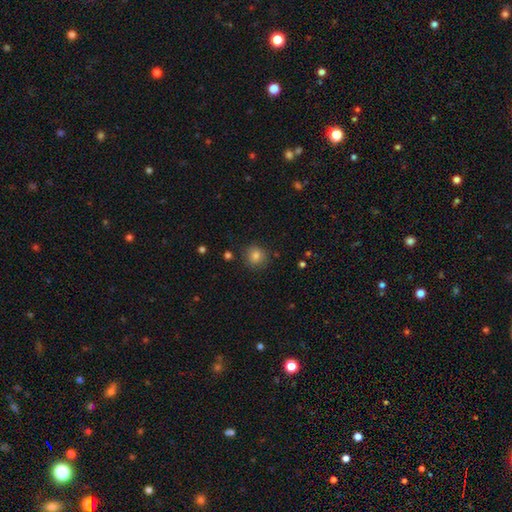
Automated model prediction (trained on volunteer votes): This is clearly a smooth galaxy (82%). How rounded: clearly round (88%). Merging: clearly none (85%).